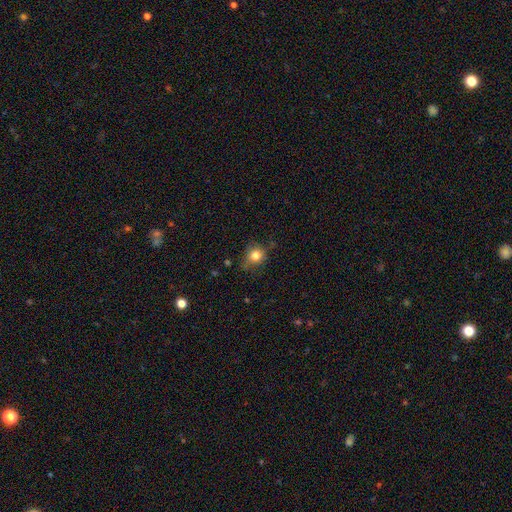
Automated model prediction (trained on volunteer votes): smooth_or_featured: smooth (p=0.80) [alt: star or artifact p=0.11]
how_rounded: round (p=0.81) [alt: in between p=0.18]
merging: none (p=0.70) [alt: minor disturbance p=0.22]